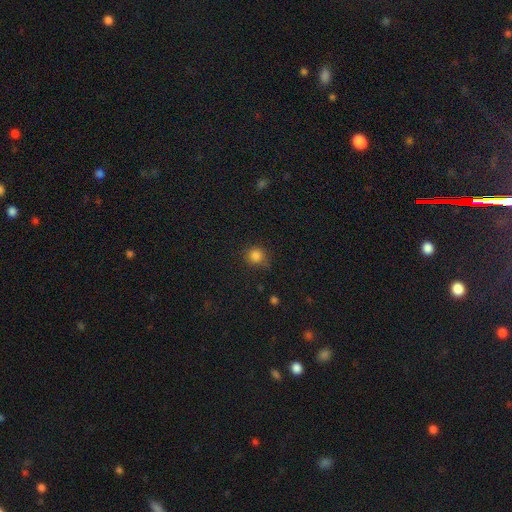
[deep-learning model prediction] Smooth or featured: smooth — 84% (star or artifact — 12%)
How rounded: round — 88% (in between — 11%)
Merging: none — 76% (minor disturbance — 18%)